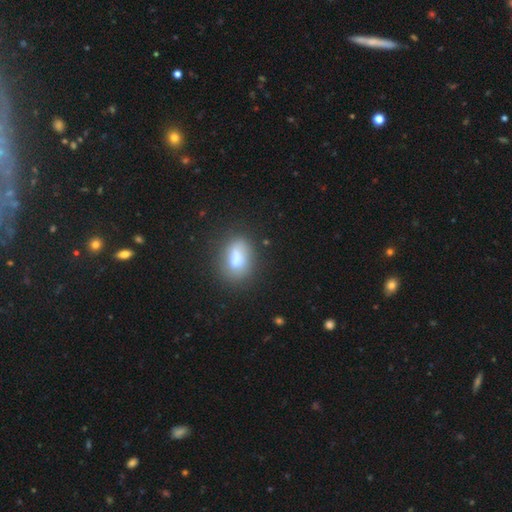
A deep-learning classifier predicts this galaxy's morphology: Smooth or featured? smooth (70%)
How rounded? in between (77%)
Merging? none (88%)